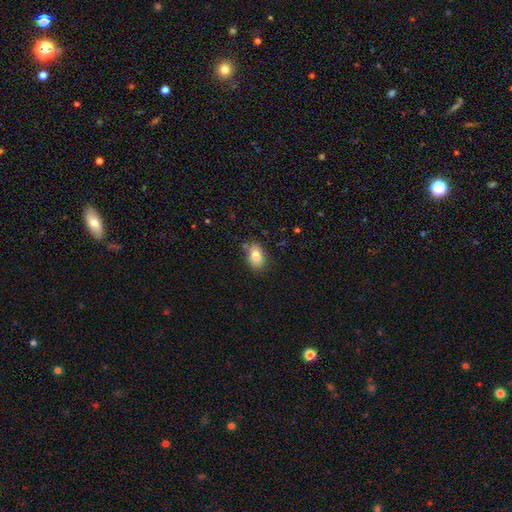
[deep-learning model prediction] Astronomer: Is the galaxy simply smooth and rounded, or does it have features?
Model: smooth — 83%.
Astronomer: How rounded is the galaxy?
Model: in between — 85%.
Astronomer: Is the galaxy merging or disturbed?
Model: none — 80%.